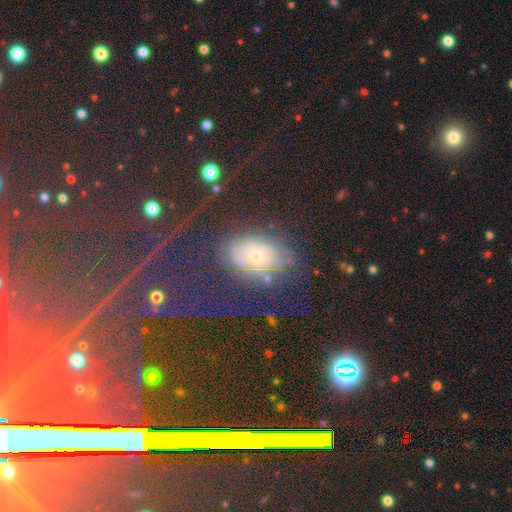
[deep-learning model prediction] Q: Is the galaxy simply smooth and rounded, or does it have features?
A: featured or disk — 46%.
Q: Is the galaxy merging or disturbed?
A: none — 67%.